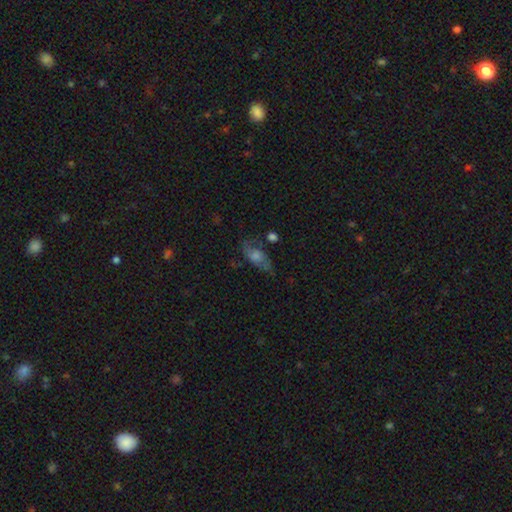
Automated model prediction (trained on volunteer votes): Smooth or featured? featured or disk (47%)
Merging? none (60%)